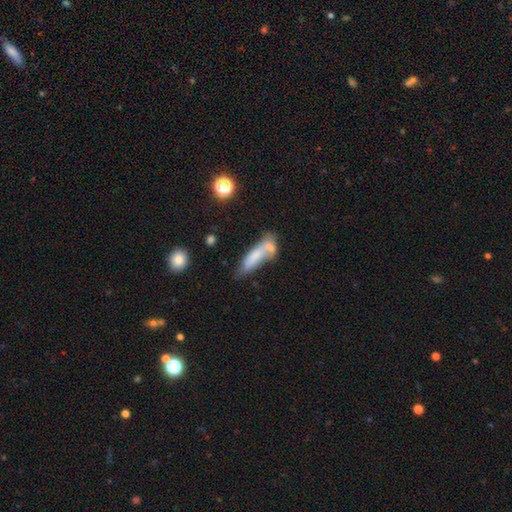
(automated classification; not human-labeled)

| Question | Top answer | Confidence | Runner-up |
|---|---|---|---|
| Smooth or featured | smooth | 65% | featured or disk (26%) |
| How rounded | cigar-shaped | 49% | in between (47%) |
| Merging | merger | 47% | none (26%) |